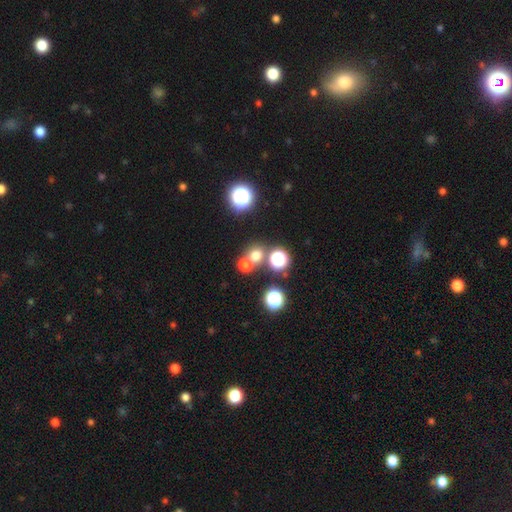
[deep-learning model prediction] Smooth or featured? Predicted: smooth (p=0.66). How rounded? Predicted: round (p=0.86). Merging? Predicted: none (p=0.59).